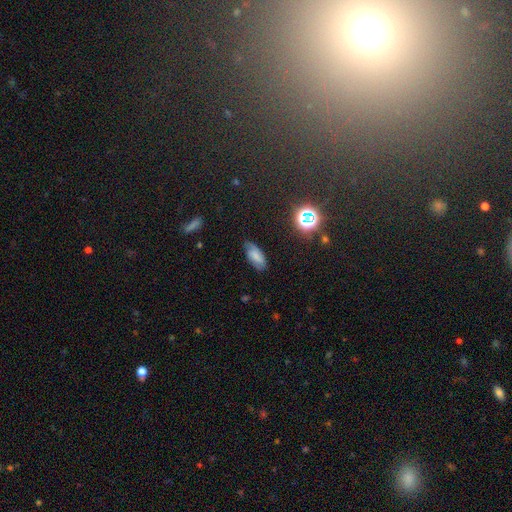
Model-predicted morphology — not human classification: Overall: smooth (64%). How rounded: in between (86%). Merging: none (68%).